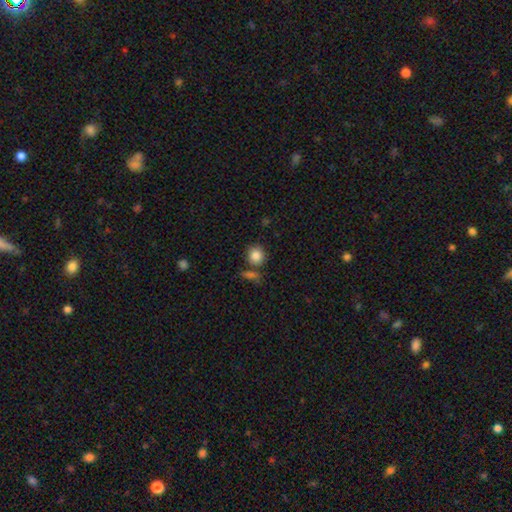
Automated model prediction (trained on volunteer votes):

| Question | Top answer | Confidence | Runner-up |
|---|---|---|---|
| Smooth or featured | smooth | 85% | star or artifact (9%) |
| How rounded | round | 86% | in between (13%) |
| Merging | none | 71% | merger (14%) |